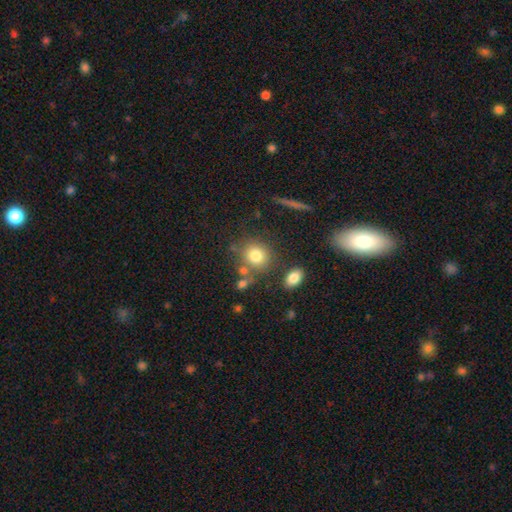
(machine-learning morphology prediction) Q: Smooth or featured?
A: smooth (78%); runner-up: star or artifact (12%)
Q: How rounded?
A: round (79%); runner-up: in between (19%)
Q: Merging?
A: none (70%); runner-up: merger (13%)